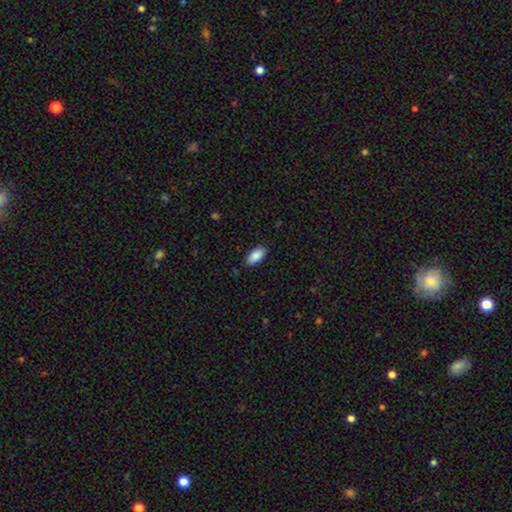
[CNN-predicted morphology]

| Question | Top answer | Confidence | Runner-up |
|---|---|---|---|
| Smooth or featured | smooth | 88% | star or artifact (6%) |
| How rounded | in between | 92% | cigar-shaped (6%) |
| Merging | none | 86% | minor disturbance (11%) |